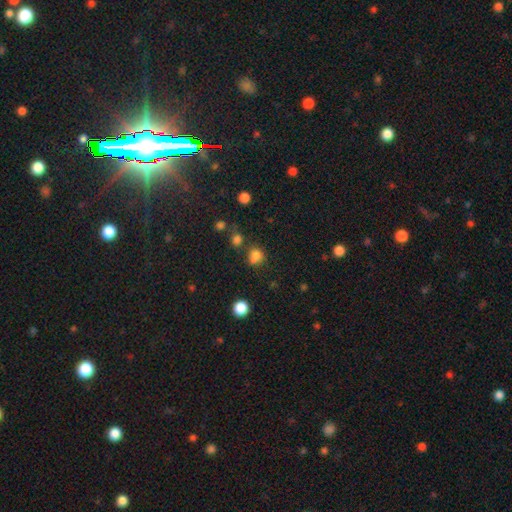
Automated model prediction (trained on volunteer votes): Smooth or featured?
  - smooth: 75% *
  - star or artifact: 17%
  - featured or disk: 8%
How rounded?
  - round: 79% *
  - in between: 20%
  - cigar-shaped: 1%
Merging?
  - none: 56% *
  - merger: 25%
  - minor disturbance: 14%
  - major disturbance: 6%